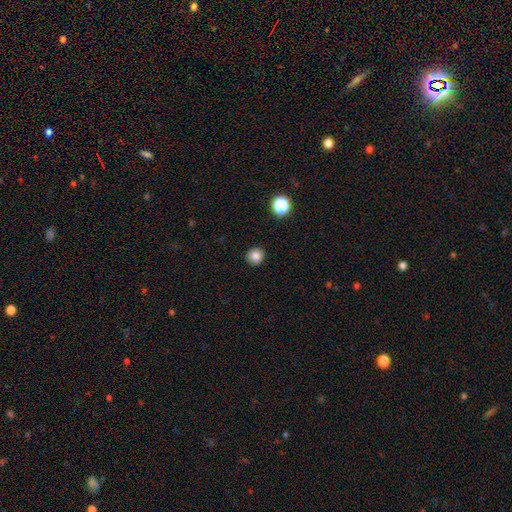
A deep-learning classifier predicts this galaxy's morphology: Overall: smooth (82%). How rounded: round (89%). Merging: none (91%).